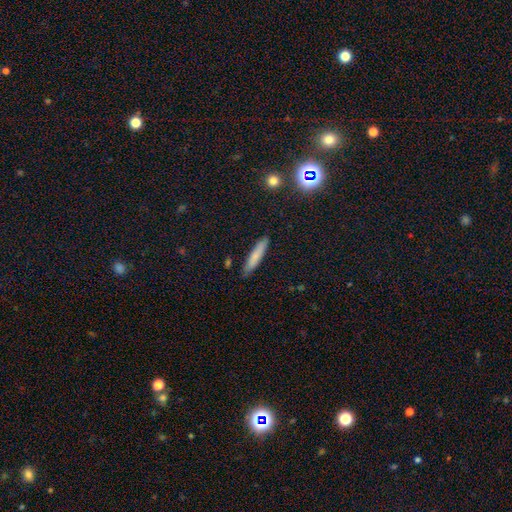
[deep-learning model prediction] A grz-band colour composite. It shows a smooth galaxy with no disk features (77%) that is cigar-shaped (89%). Merging: none (85%).